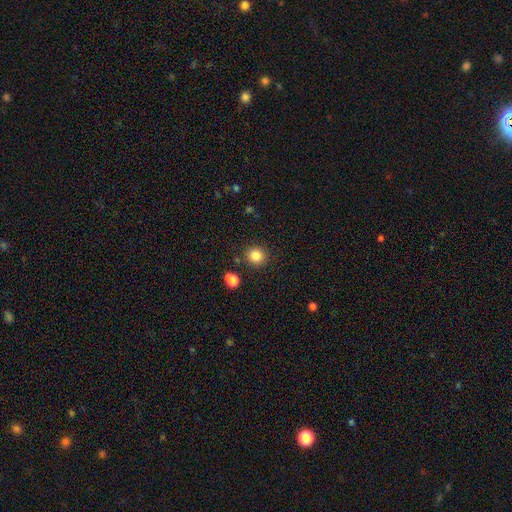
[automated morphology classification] smooth 84%, star or artifact 11%, featured or disk 5%. Down the decision tree: how rounded — round (88%); merging — none (86%).